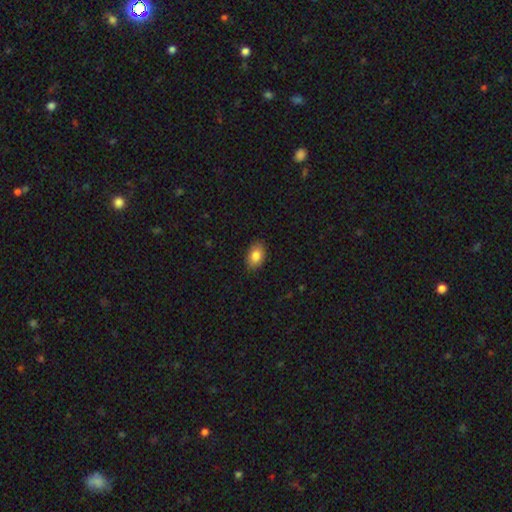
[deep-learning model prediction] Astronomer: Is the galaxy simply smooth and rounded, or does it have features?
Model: smooth — 84%.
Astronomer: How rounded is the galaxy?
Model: in between — 89%.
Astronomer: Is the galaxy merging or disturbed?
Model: none — 87%.